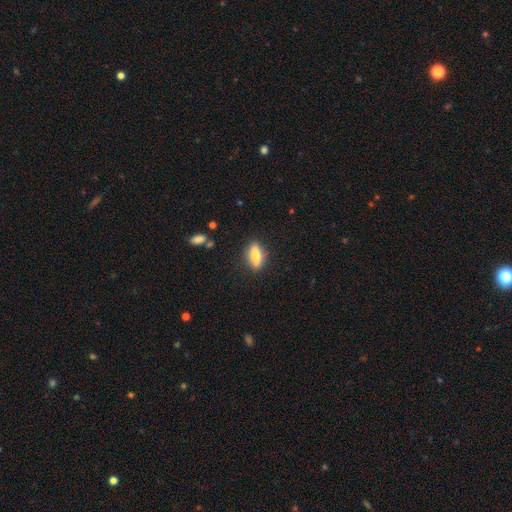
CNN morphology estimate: This is possibly a smooth galaxy (56%). How rounded: likely in between (63%). Merging: clearly none (84%).